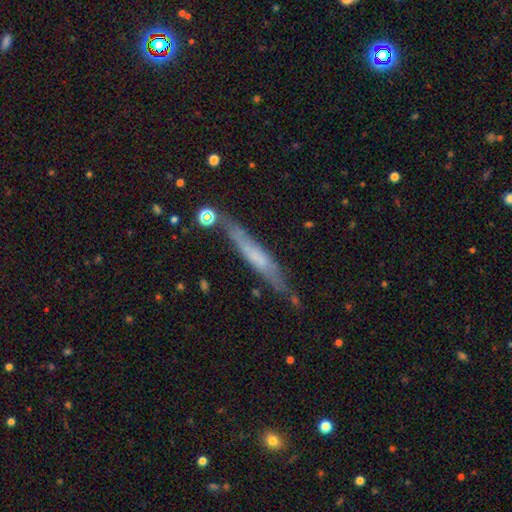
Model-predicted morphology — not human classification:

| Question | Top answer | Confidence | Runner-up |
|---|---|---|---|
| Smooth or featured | featured or disk | 51% | smooth (42%) |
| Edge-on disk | yes | 87% | no (13%) |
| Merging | none | 72% | minor disturbance (18%) |